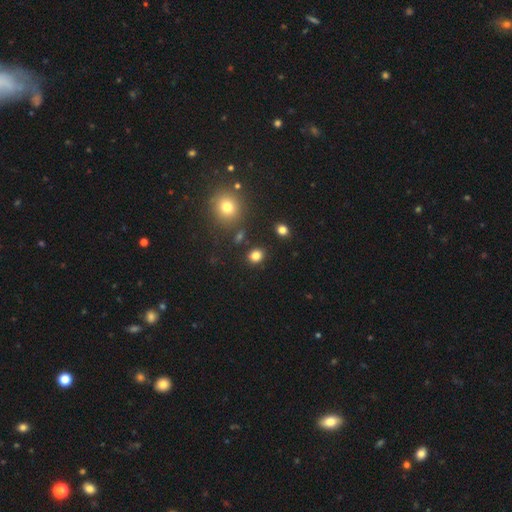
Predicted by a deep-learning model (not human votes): smooth_or_featured: smooth (p=0.83) [alt: star or artifact p=0.13]
how_rounded: round (p=0.65) [alt: in between p=0.34]
merging: none (p=0.86) [alt: minor disturbance p=0.08]